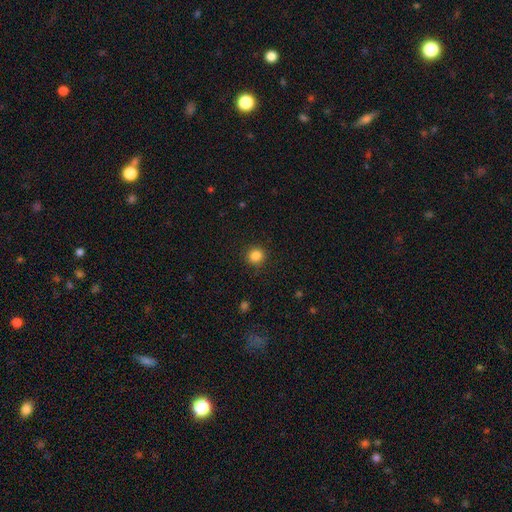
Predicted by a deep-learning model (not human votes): This is clearly a smooth galaxy (85%). How rounded: clearly round (90%). Merging: clearly none (90%).